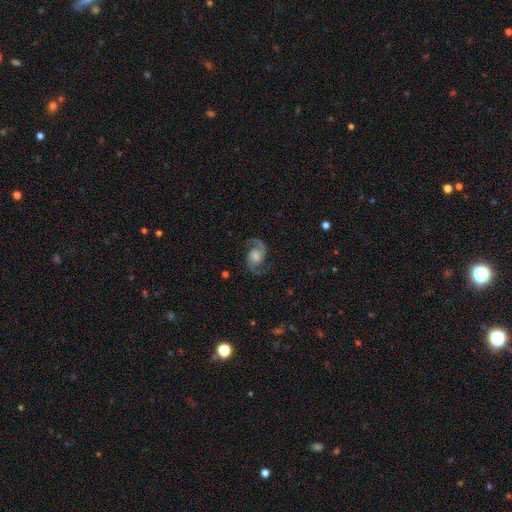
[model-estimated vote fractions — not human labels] Q: Smooth or featured?
A: featured or disk (89%); runner-up: smooth (5%)
Q: Edge-on disk?
A: no (98%); runner-up: yes (2%)
Q: Bar?
A: no (67%); runner-up: weak (28%)
Q: Spiral arms?
A: yes (98%); runner-up: no (2%)
Q: Spiral winding?
A: medium (52%); runner-up: loose (38%)
Q: Spiral arm count?
A: 2 (94%); runner-up: can't tell (1%)
Q: Bulge size?
A: moderate (33%); runner-up: large (28%)
Q: Merging?
A: none (80%); runner-up: minor disturbance (12%)